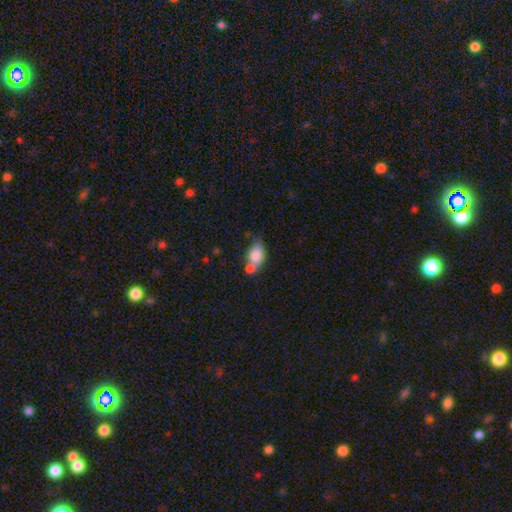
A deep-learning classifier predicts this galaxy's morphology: This is likely a smooth galaxy (79%). How rounded: clearly in between (83%). Merging: marginally merger (44%).